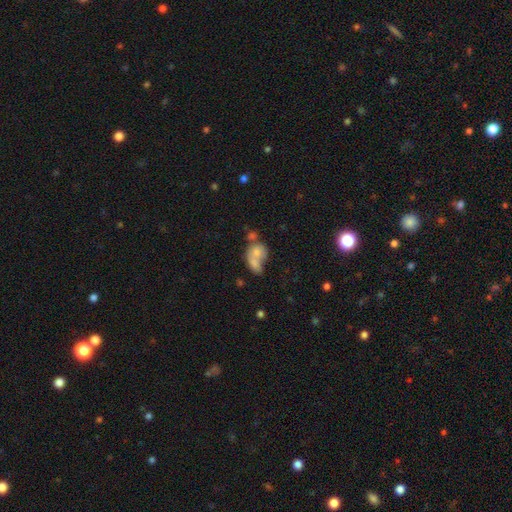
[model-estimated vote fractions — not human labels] A smooth galaxy with no disk features (71%) that is in between round and cigar-shaped (61%). Merging: merger (66%).